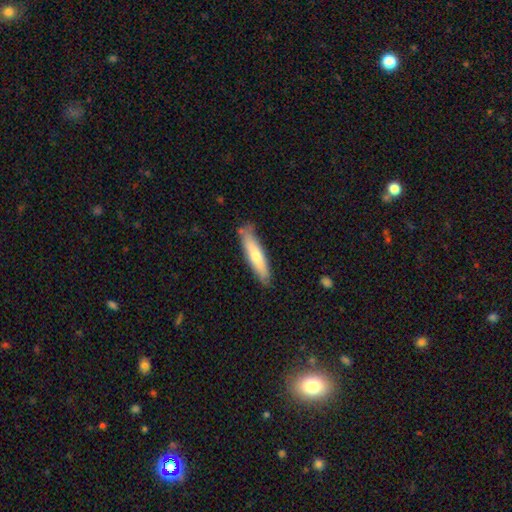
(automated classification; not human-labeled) A smooth galaxy with no disk features (63%) that is cigar-shaped (81%).

Vote fractions:
- Smooth or featured? smooth: 63% / featured or disk: 31% / star or artifact: 5%
- How rounded? cigar-shaped: 81% / in between: 18% / round: 1%
- Merging? none: 81% / minor disturbance: 14% / major disturbance: 3% / merger: 2%